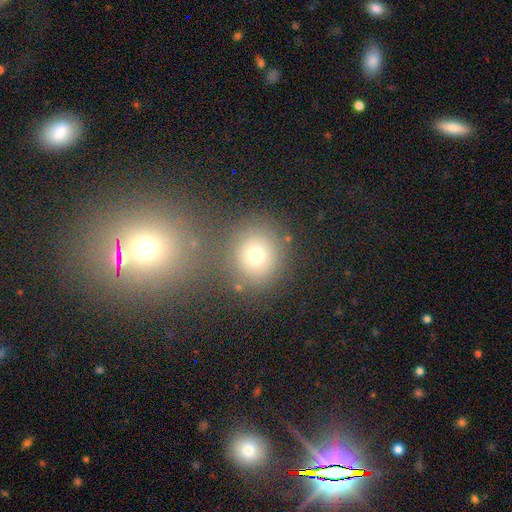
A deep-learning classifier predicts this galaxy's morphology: smooth 67%, star or artifact 19%, featured or disk 14%. Down the decision tree: how rounded — round (86%); merging — none (75%).